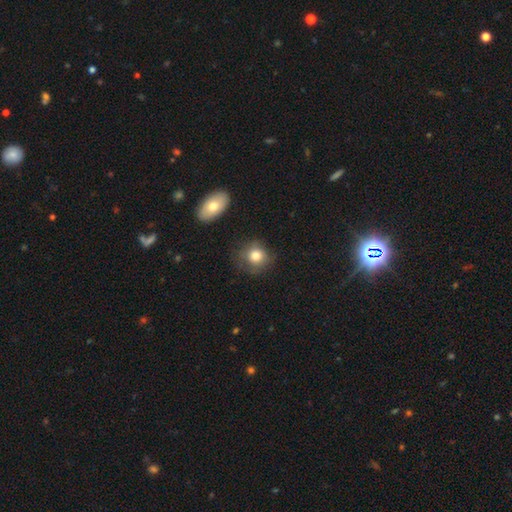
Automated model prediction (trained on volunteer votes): This appears to be a smooth galaxy with no disk features (79%) that is round (84%). Merging: none (71%).